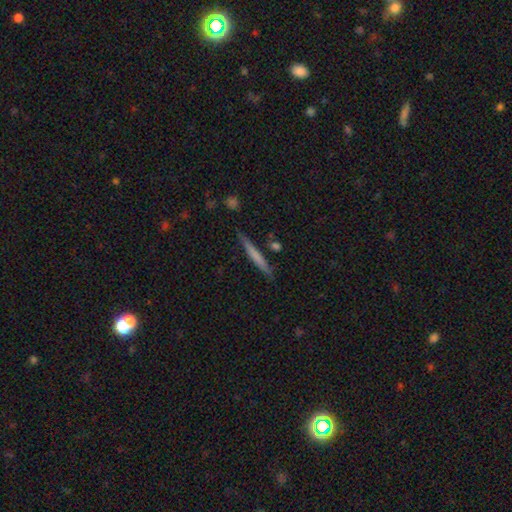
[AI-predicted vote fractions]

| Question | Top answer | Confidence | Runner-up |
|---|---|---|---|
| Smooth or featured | smooth | 60% | featured or disk (34%) |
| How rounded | cigar-shaped | 96% | in between (3%) |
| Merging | none | 85% | minor disturbance (10%) |